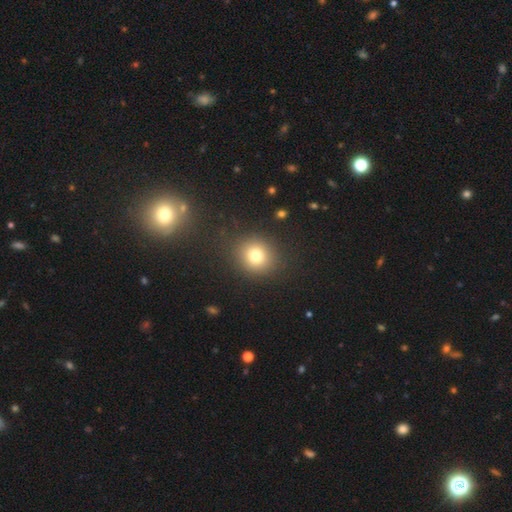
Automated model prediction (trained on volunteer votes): A smooth galaxy with no disk features (77%) that is round (83%). Merging: none (87%).